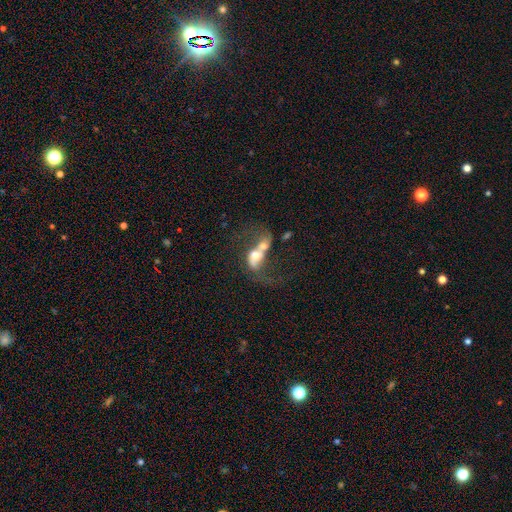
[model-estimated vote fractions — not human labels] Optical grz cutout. It shows a featured or disk galaxy (53%) with no bar (71%), spiral arms (55%) and a moderate central bulge (48%). Merging: merger (75%).